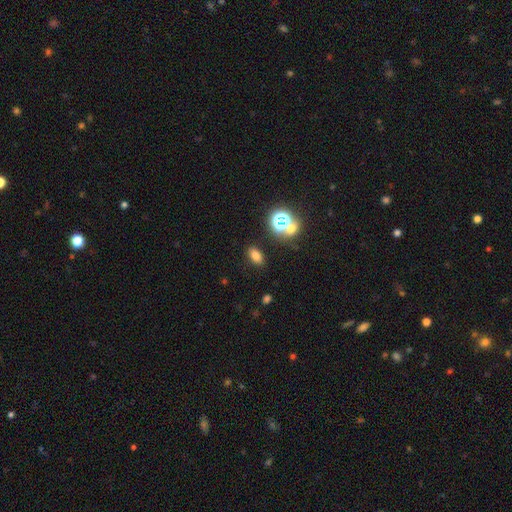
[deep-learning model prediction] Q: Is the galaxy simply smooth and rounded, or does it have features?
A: smooth — 71%.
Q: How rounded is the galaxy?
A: in between — 83%.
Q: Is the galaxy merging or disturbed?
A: none — 85%.